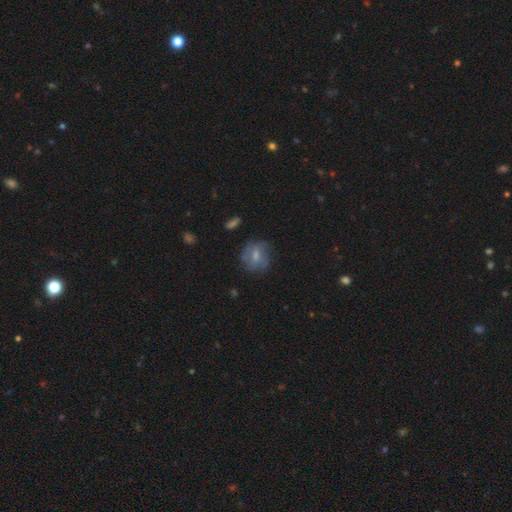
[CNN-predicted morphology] Q: Smooth or featured?
A: smooth (54%); runner-up: featured or disk (37%)
Q: How rounded?
A: round (64%); runner-up: in between (34%)
Q: Merging?
A: none (64%); runner-up: minor disturbance (23%)